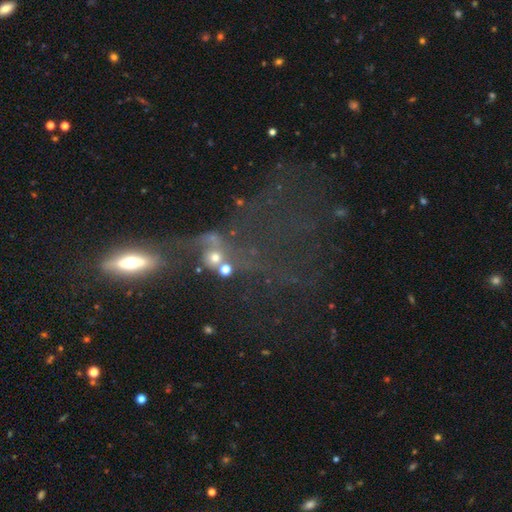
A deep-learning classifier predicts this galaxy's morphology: smooth_or_featured: featured or disk (p=0.36) [alt: star or artifact p=0.34]
merging: none (p=0.34) [alt: major disturbance p=0.32]